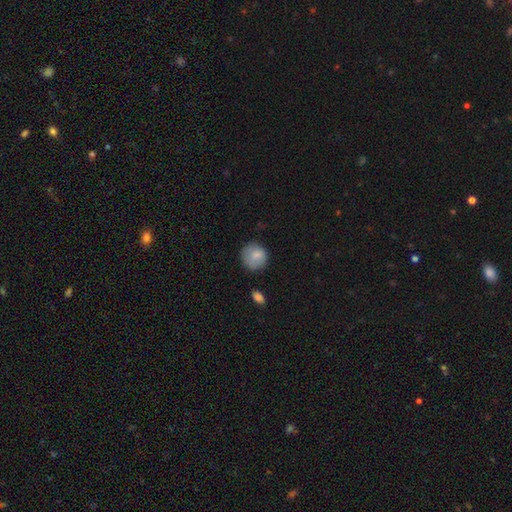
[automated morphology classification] Overall: smooth (84%). How rounded: round (85%). Merging: none (71%).